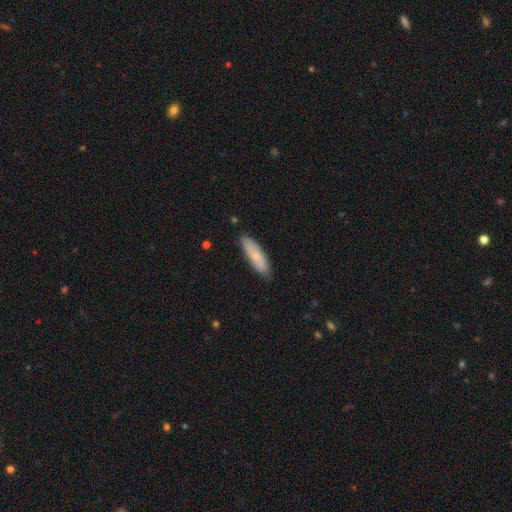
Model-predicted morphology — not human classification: Smooth or featured? smooth (74%)
How rounded? cigar-shaped (60%)
Merging? none (85%)